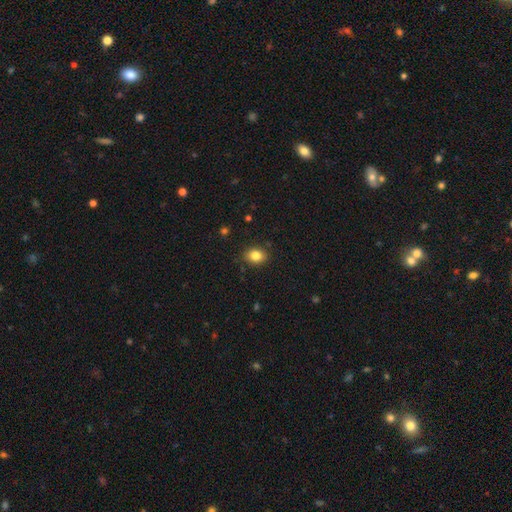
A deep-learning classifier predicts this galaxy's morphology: Smooth or featured? Predicted: smooth (p=0.83). How rounded? Predicted: in between (p=0.58). Merging? Predicted: none (p=0.86).